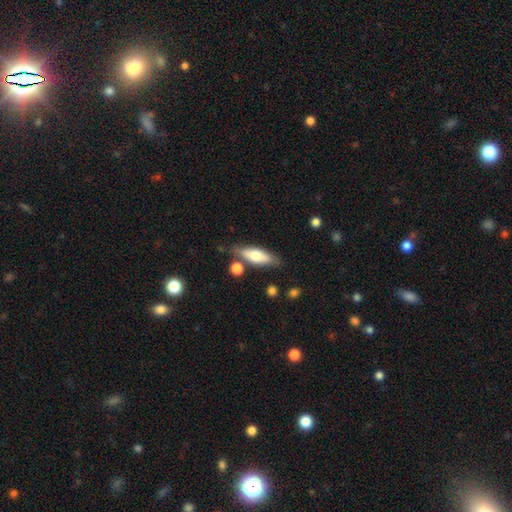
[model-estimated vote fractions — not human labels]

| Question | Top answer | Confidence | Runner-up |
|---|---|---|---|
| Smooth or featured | smooth | 62% | featured or disk (32%) |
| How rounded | in between | 58% | cigar-shaped (40%) |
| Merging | none | 72% | minor disturbance (15%) |